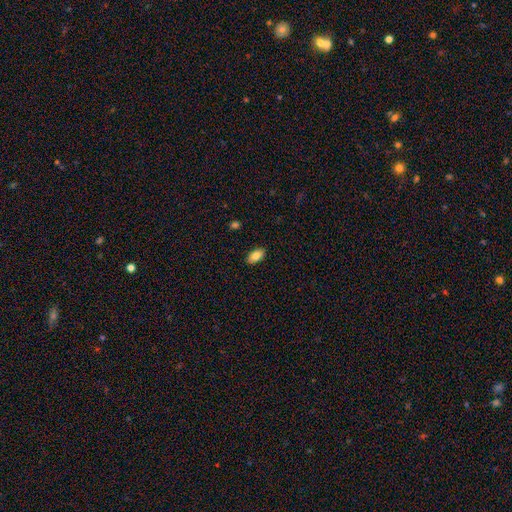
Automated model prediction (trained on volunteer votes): The model was most divided on "smooth or featured": smooth: 85%, featured or disk: 8%, star or artifact: 8%. More confident: how rounded — in between (92%); merging — none (89%).